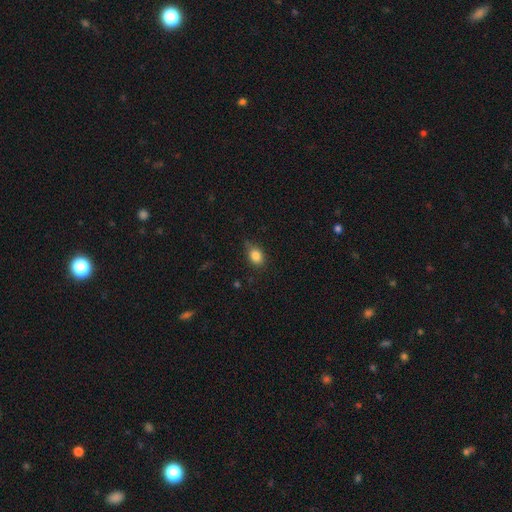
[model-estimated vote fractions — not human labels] smooth_or_featured: smooth (p=0.85) [alt: star or artifact p=0.09]
how_rounded: in between (p=0.74) [alt: round p=0.24]
merging: none (p=0.73) [alt: minor disturbance p=0.22]